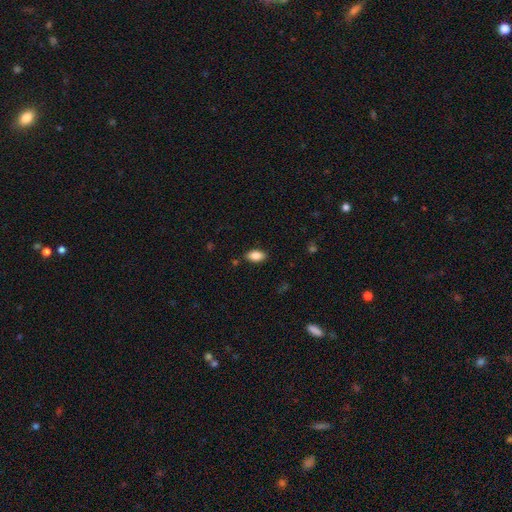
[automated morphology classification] smooth_or_featured: smooth (p=0.85) [alt: star or artifact p=0.08]
how_rounded: in between (p=0.92) [alt: cigar-shaped p=0.04]
merging: none (p=0.84) [alt: minor disturbance p=0.11]